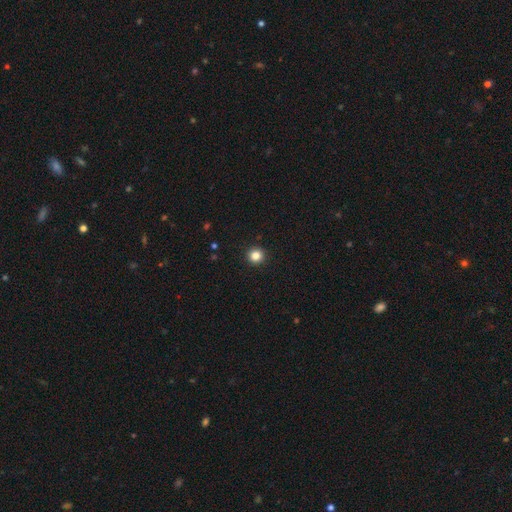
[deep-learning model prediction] Overall: smooth (84%). How rounded: round (95%). Merging: none (94%).